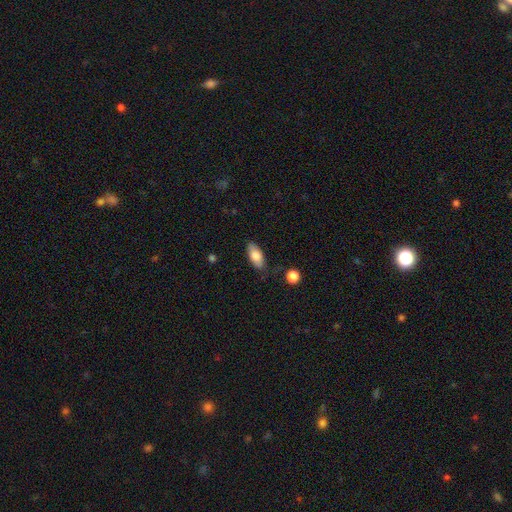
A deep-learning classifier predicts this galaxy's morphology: smooth 79%, featured or disk 14%, star or artifact 7%. Down the decision tree: how rounded — in between (87%); merging — none (75%).